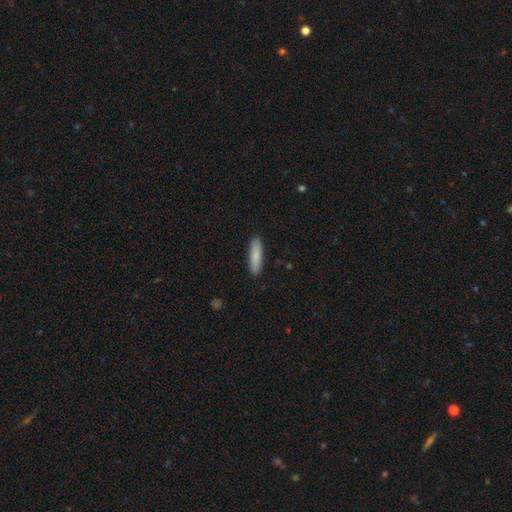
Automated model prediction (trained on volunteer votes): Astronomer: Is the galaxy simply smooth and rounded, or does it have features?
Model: smooth — 84%.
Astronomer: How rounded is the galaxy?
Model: cigar-shaped — 75%.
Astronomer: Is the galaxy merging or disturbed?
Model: none — 89%.